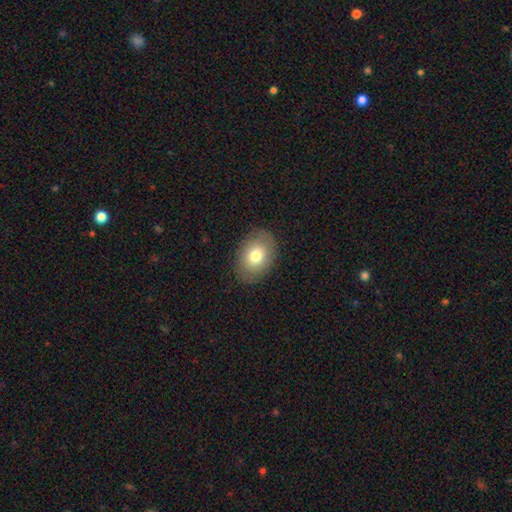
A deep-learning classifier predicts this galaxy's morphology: Smooth or featured: smooth — 76% (featured or disk — 15%)
How rounded: in between — 71% (round — 29%)
Merging: none — 85% (minor disturbance — 10%)